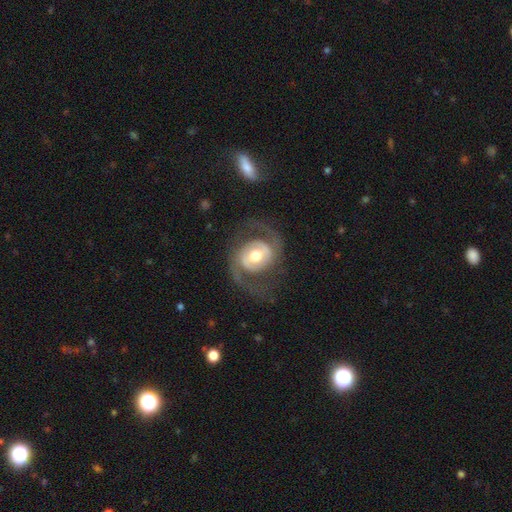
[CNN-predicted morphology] Smooth or featured: featured or disk — 85% (smooth — 10%)
Edge-on disk: no — 97% (yes — 3%)
Bar: no — 43% (weak — 39%)
Spiral arms: yes — 92% (no — 8%)
Spiral winding: medium — 52% (loose — 25%)
Spiral arm count: 2 — 91% (can't tell — 3%)
Bulge size: moderate — 69% (large — 19%)
Merging: none — 73% (minor disturbance — 13%)